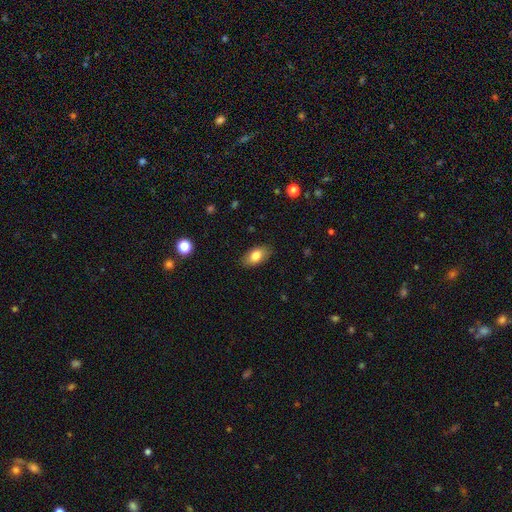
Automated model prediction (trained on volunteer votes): The model was most divided on "smooth or featured": smooth: 81%, featured or disk: 11%, star or artifact: 7%. More confident: how rounded — in between (91%); merging — none (85%).